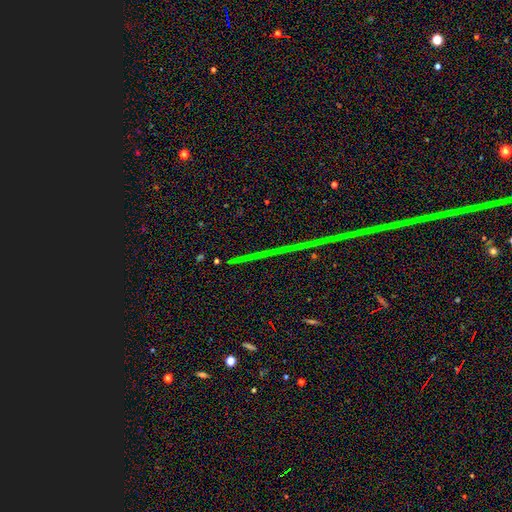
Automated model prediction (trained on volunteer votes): smooth-or-featured: star or artifact: 86% | featured or disk: 8% | smooth: 6%